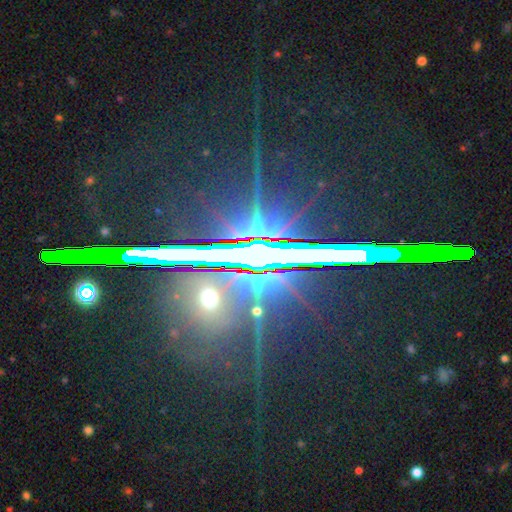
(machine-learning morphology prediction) The model was most divided on "smooth or featured": star or artifact: 77%, featured or disk: 16%, smooth: 7%.